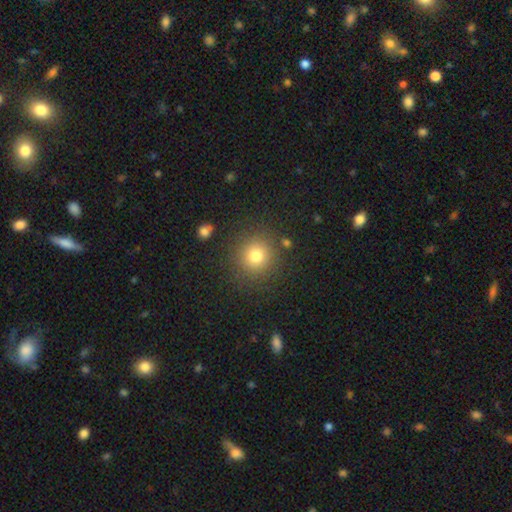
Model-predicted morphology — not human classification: This appears to be a smooth galaxy with no disk features (78%) that is round (92%). Merging: none (86%).